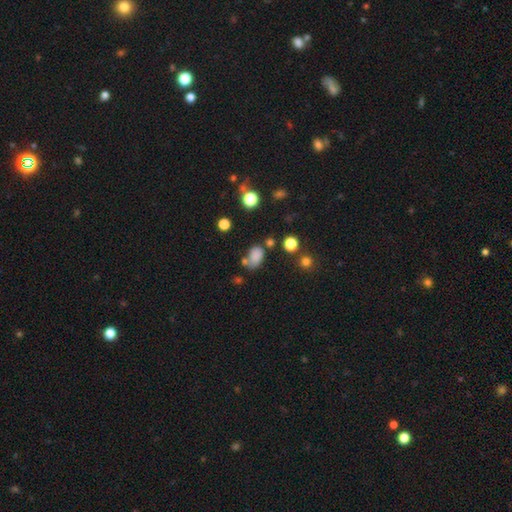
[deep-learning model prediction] A smooth galaxy with no disk features (79%) that is in between round and cigar-shaped (80%). Merging: none (49%).